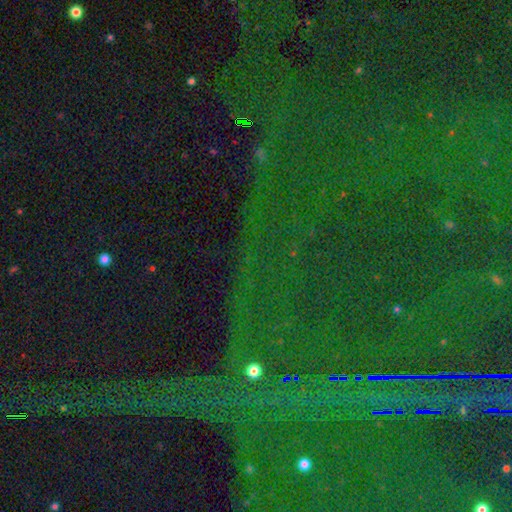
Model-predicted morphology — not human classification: A star or artifact, not a galaxy (83%).